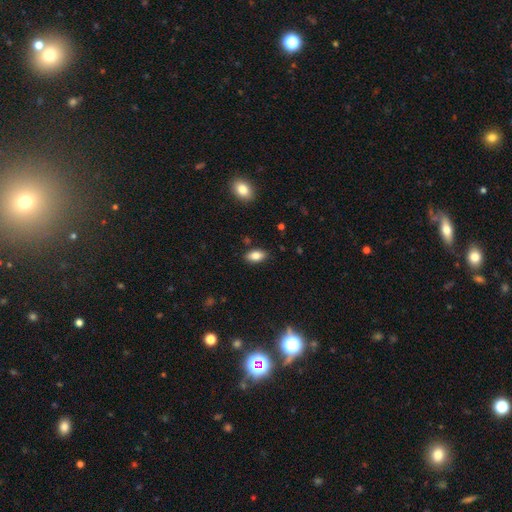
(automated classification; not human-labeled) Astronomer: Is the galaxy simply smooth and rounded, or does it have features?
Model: smooth — 84%.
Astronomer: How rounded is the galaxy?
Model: in between — 92%.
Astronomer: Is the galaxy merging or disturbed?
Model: none — 87%.